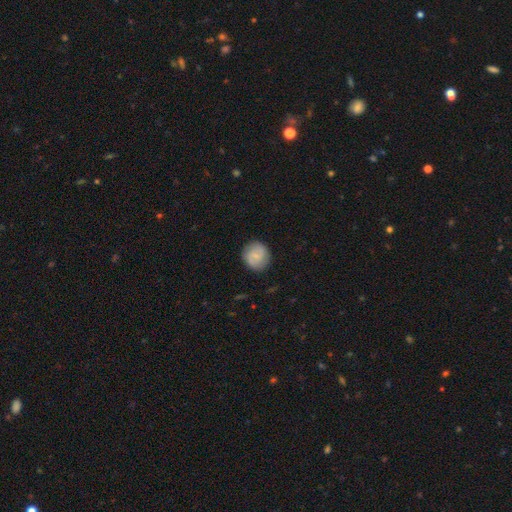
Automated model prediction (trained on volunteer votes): A smooth galaxy with no disk features (56%) that is round (85%).

Vote fractions:
- Smooth or featured? smooth: 56% / featured or disk: 37% / star or artifact: 7%
- How rounded? round: 85% / in between: 14% / cigar-shaped: 1%
- Merging? none: 85% / minor disturbance: 11% / major disturbance: 3% / merger: 1%